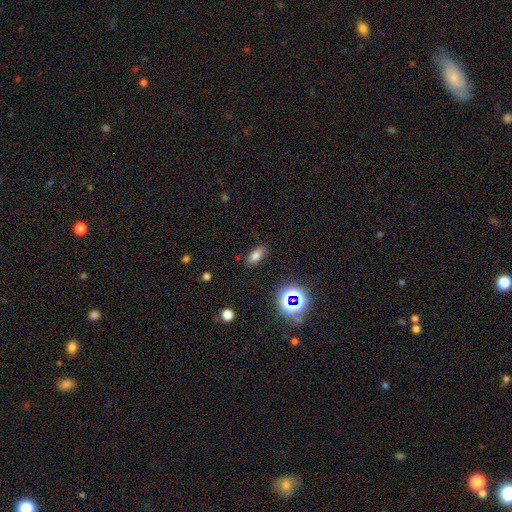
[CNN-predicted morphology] type=smooth (72%); roundness=in between (84%); merging=none (85%).